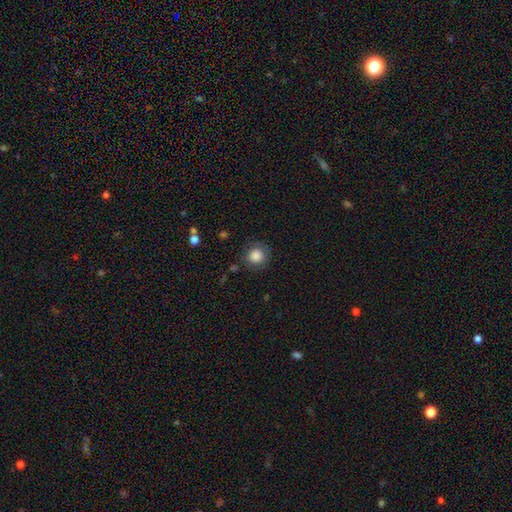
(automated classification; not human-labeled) Smooth or featured: smooth — 85% (star or artifact — 9%)
How rounded: round — 90% (in between — 9%)
Merging: none — 80% (minor disturbance — 13%)